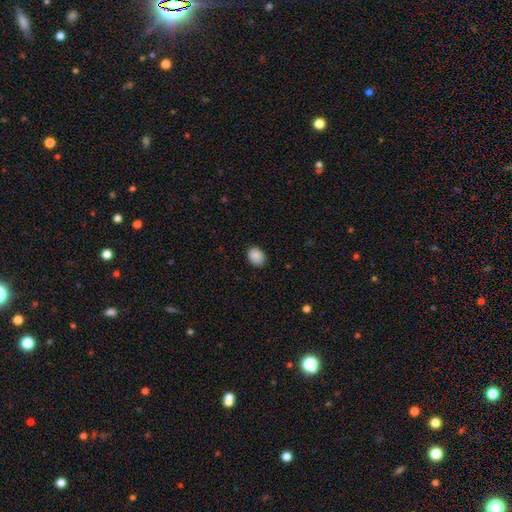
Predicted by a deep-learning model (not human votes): The model was most divided on "how rounded": in between: 59%, round: 40%, cigar-shaped: 1%. More confident: smooth or featured — smooth (89%); merging — none (83%).